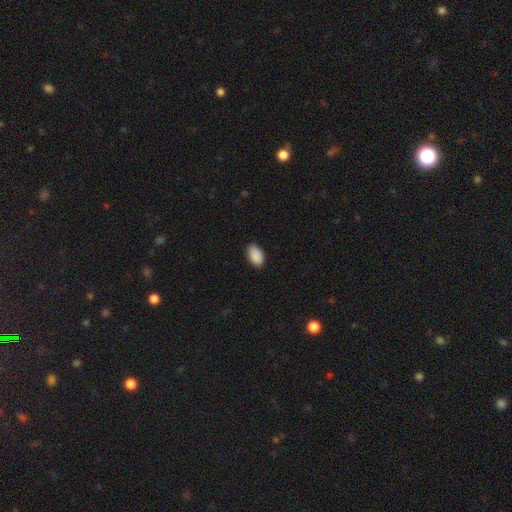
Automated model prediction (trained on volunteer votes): Overall: smooth (90%). How rounded: in between (93%). Merging: none (86%).